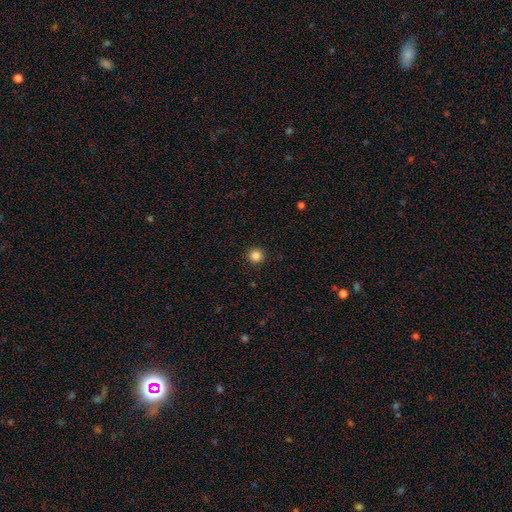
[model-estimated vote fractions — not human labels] The model was most divided on "smooth or featured": smooth: 86%, star or artifact: 11%, featured or disk: 3%. More confident: how rounded — round (95%); merging — none (93%).